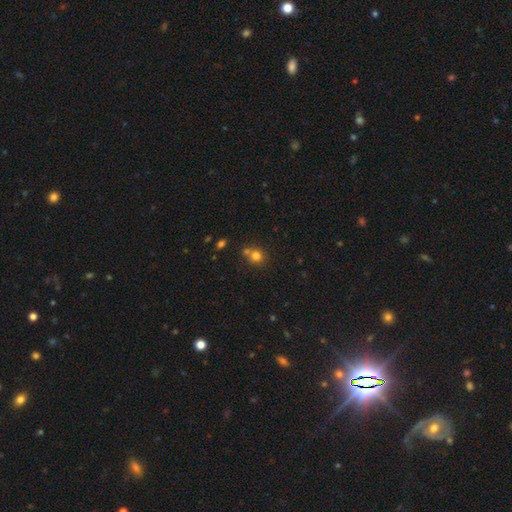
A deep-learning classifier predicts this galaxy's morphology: smooth 78%, star or artifact 14%, featured or disk 8%. Down the decision tree: how rounded — round (86%); merging — none (59%).